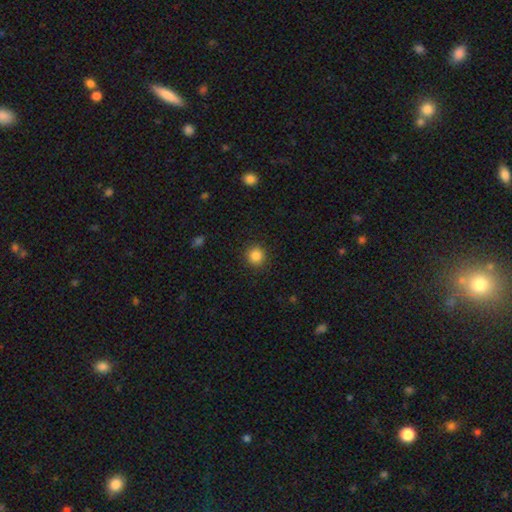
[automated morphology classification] A smooth galaxy with no disk features (85%) that is round (93%).

Vote fractions:
- Smooth or featured? smooth: 85% / star or artifact: 11% / featured or disk: 4%
- How rounded? round: 93% / in between: 6% / cigar-shaped: 1%
- Merging? none: 90% / minor disturbance: 6% / major disturbance: 2% / merger: 1%